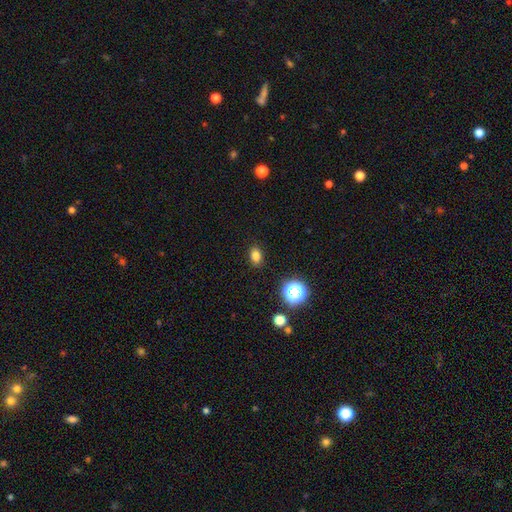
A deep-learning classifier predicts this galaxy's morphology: Q: Smooth or featured?
A: smooth (80%); runner-up: star or artifact (15%)
Q: How rounded?
A: in between (72%); runner-up: round (27%)
Q: Merging?
A: none (88%); runner-up: minor disturbance (9%)